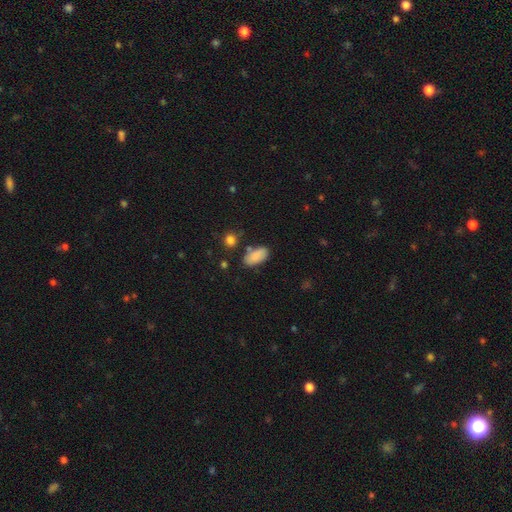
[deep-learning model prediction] smooth 87%, star or artifact 7%, featured or disk 5%. Down the decision tree: how rounded — in between (93%); merging — none (72%).